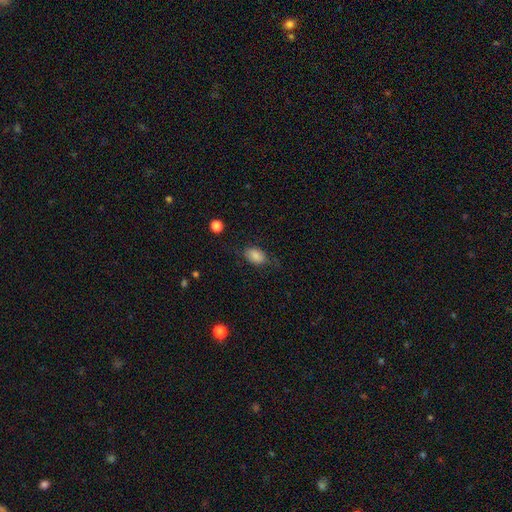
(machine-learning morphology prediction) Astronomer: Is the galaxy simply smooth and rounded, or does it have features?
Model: smooth — 80%.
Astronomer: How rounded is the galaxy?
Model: in between — 85%.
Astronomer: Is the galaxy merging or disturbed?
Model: none — 65%.